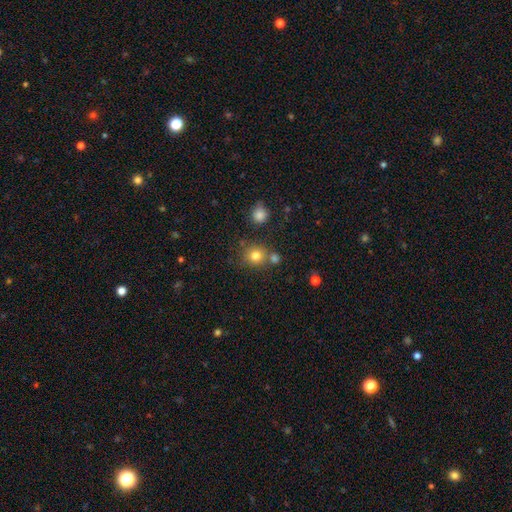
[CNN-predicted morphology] smooth 79%, star or artifact 14%, featured or disk 8%. Down the decision tree: how rounded — round (86%); merging — none (71%).